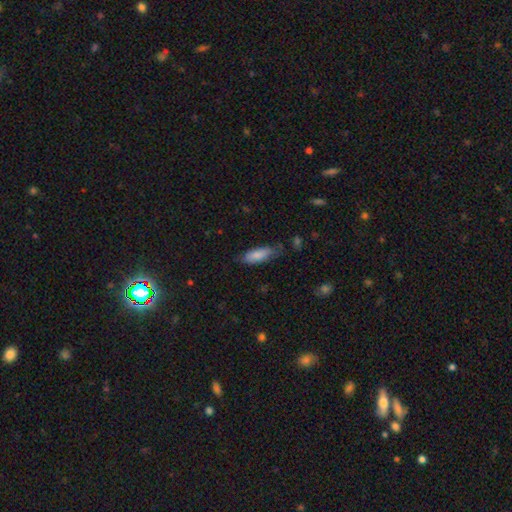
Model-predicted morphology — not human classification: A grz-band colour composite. It shows a smooth galaxy with no disk features (81%) that is in between round and cigar-shaped (65%). Merging: none (65%).